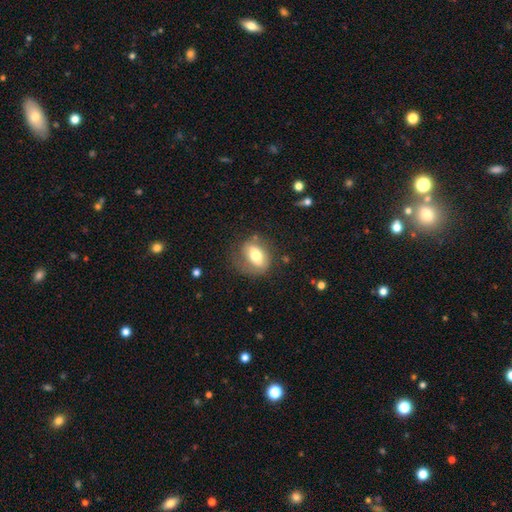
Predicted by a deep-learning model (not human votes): Smooth or featured: smooth — 66% (featured or disk — 27%)
How rounded: in between — 78% (round — 20%)
Merging: none — 60% (minor disturbance — 23%)